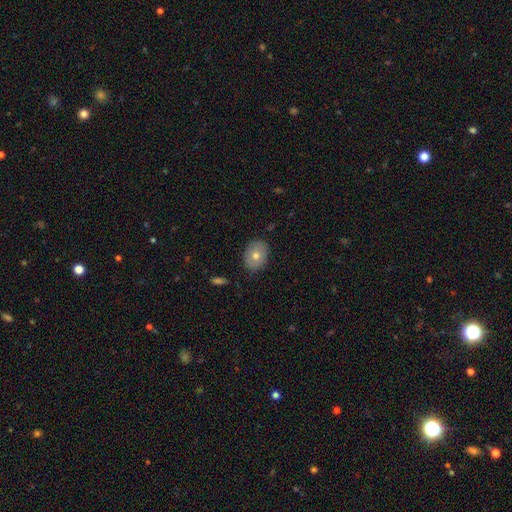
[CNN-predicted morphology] type=smooth (70%); roundness=in between (66%); merging=none (85%).